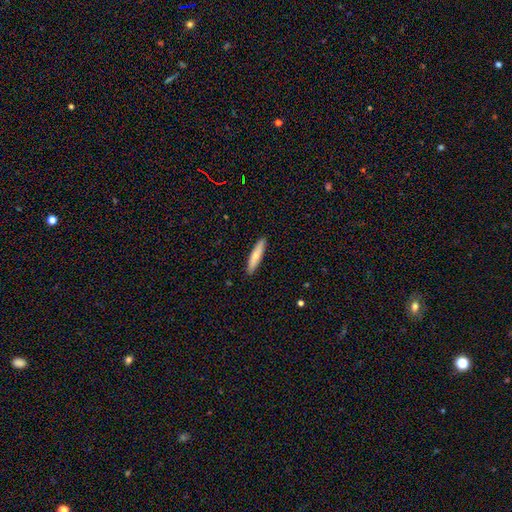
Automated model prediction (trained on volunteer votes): Smooth or featured? smooth (66%)
How rounded? cigar-shaped (85%)
Merging? none (91%)